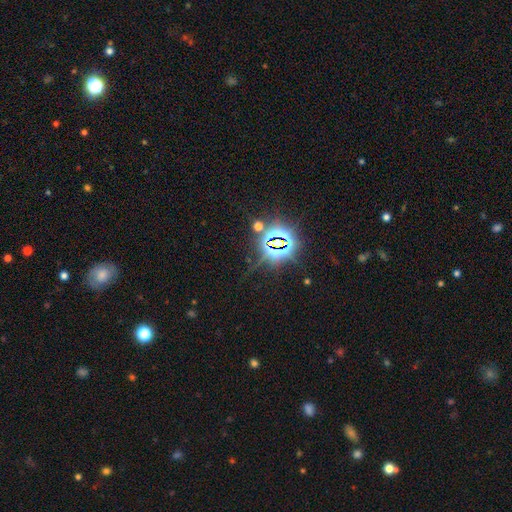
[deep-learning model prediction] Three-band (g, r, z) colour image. It shows a star or artifact, not a galaxy (81%).